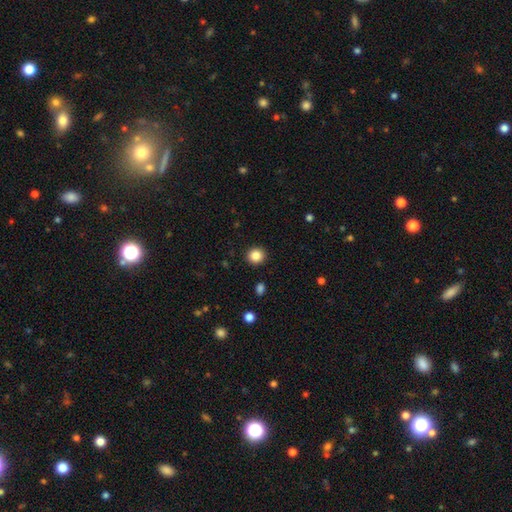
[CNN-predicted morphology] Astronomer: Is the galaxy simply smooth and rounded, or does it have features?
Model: smooth — 85%.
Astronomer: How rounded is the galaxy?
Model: round — 89%.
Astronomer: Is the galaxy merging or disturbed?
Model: none — 92%.